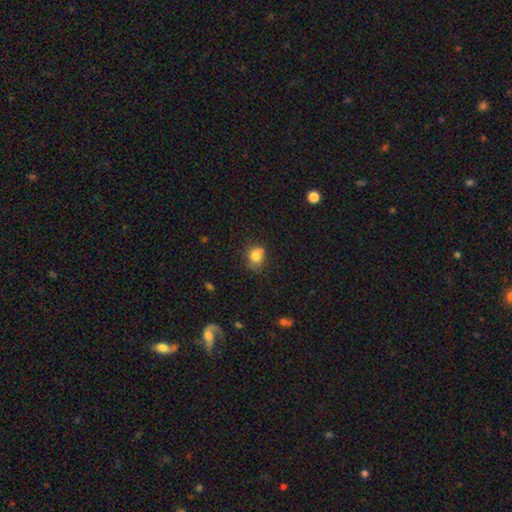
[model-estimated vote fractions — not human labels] Q: Smooth or featured?
A: smooth (79%); runner-up: star or artifact (11%)
Q: How rounded?
A: round (60%); runner-up: in between (39%)
Q: Merging?
A: none (55%); runner-up: minor disturbance (28%)